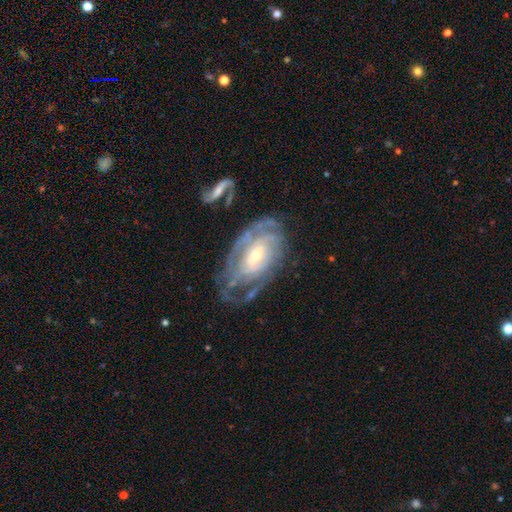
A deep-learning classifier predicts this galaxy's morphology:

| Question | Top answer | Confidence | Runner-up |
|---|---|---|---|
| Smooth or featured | featured or disk | 83% | smooth (11%) |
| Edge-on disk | no | 94% | yes (6%) |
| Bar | no | 56% | weak (32%) |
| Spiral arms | yes | 88% | no (12%) |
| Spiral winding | tight | 68% | medium (24%) |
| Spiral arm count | can't tell | 50% | 2 (16%) |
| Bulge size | small | 62% | moderate (34%) |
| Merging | none | 53% | minor disturbance (24%) |